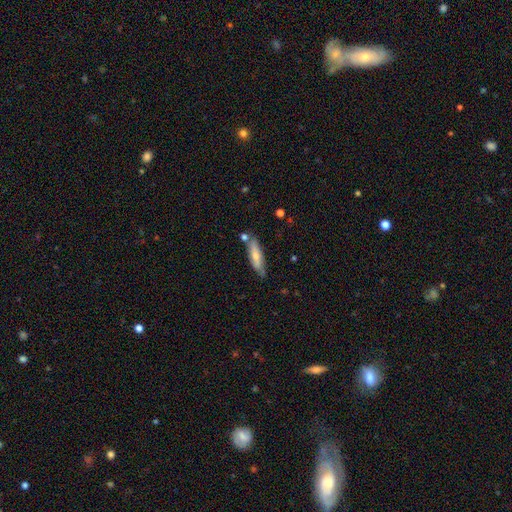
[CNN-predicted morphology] Smooth or featured: smooth — 58% (featured or disk — 36%)
How rounded: cigar-shaped — 69% (in between — 30%)
Merging: none — 70% (minor disturbance — 19%)